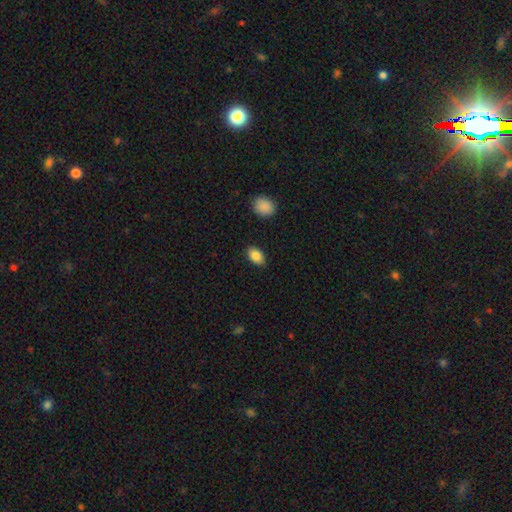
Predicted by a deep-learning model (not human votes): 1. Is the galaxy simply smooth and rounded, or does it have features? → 85% smooth, 8% star or artifact, 7% featured or disk.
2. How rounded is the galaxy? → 89% in between, 9% round, 2% cigar-shaped.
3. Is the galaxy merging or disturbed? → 87% none, 9% minor disturbance, 2% major disturbance, 1% merger.